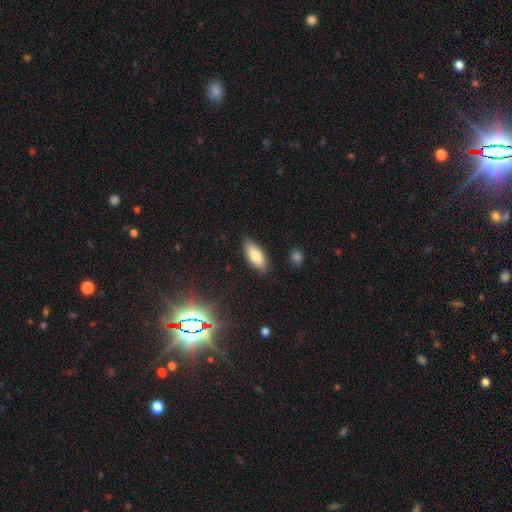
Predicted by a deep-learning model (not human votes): smooth_or_featured: smooth (p=0.79) [alt: featured or disk p=0.14]
how_rounded: in between (p=0.76) [alt: cigar-shaped p=0.22]
merging: none (p=0.87) [alt: minor disturbance p=0.10]